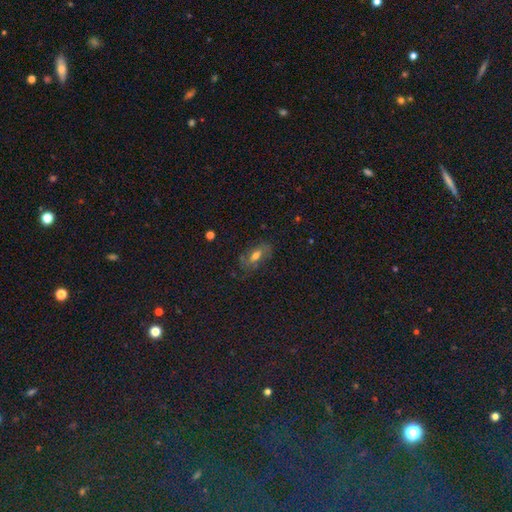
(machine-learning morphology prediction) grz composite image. It shows a smooth galaxy with no disk features (49%). Merging: none (67%).